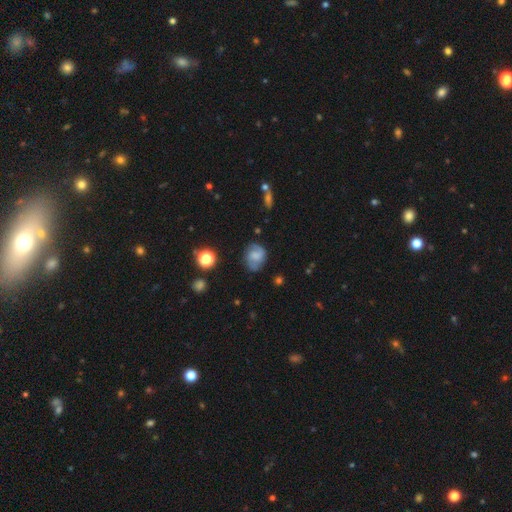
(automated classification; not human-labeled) This is possibly a featured or disk galaxy (49%). Merging: likely none (68%).